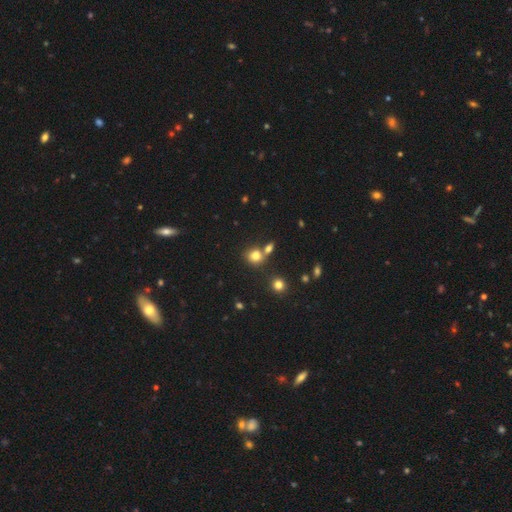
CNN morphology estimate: Smooth or featured? Predicted: smooth (p=0.78). How rounded? Predicted: round (p=0.71). Merging? Predicted: none (p=0.56).